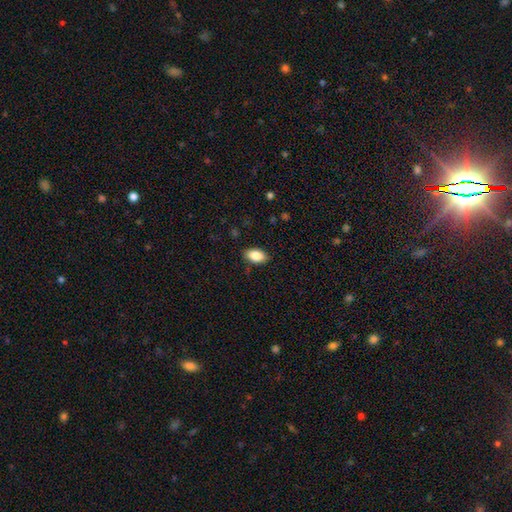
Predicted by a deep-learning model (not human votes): Smooth or featured? smooth (86%)
How rounded? in between (93%)
Merging? none (87%)